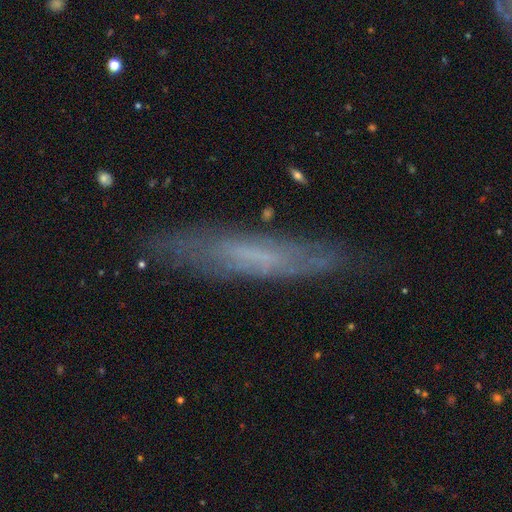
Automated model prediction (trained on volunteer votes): Smooth or featured? Predicted: featured or disk (p=0.50). Merging? Predicted: none (p=0.81).